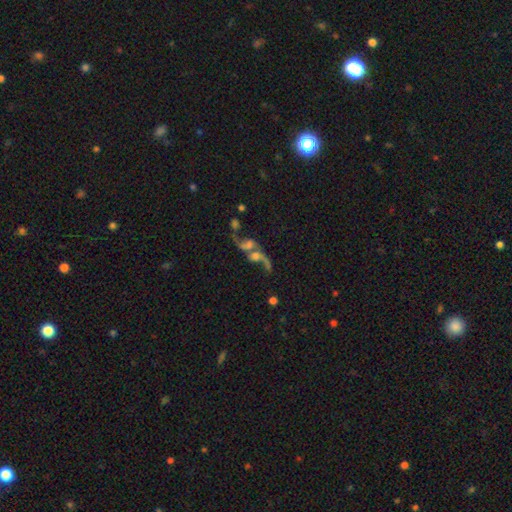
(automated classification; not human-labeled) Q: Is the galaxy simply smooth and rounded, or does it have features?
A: featured or disk — 57%.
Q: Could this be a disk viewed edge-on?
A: no — 76%.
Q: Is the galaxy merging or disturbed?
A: none — 43%.